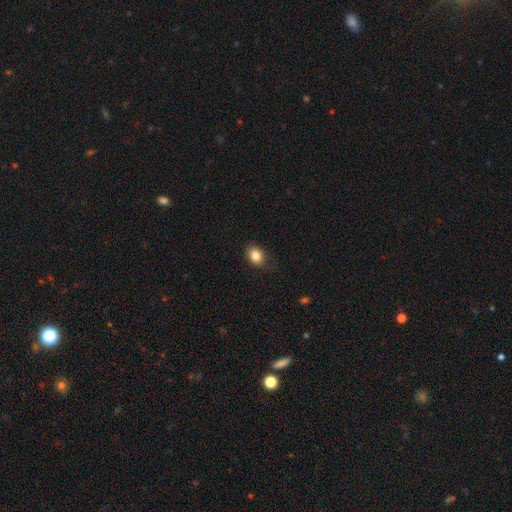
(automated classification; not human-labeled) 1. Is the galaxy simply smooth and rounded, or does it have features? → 84% smooth, 10% star or artifact, 6% featured or disk.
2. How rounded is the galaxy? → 59% in between, 40% round, 1% cigar-shaped.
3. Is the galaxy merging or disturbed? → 80% none, 16% minor disturbance, 3% major disturbance, 1% merger.